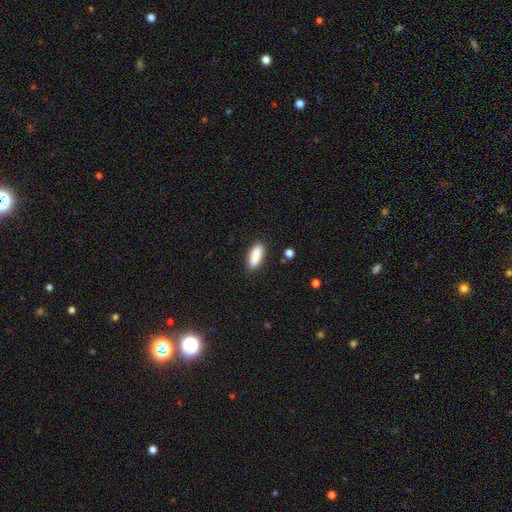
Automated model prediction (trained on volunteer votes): smooth 90%, star or artifact 6%, featured or disk 4%. Down the decision tree: how rounded — in between (75%); merging — none (88%).